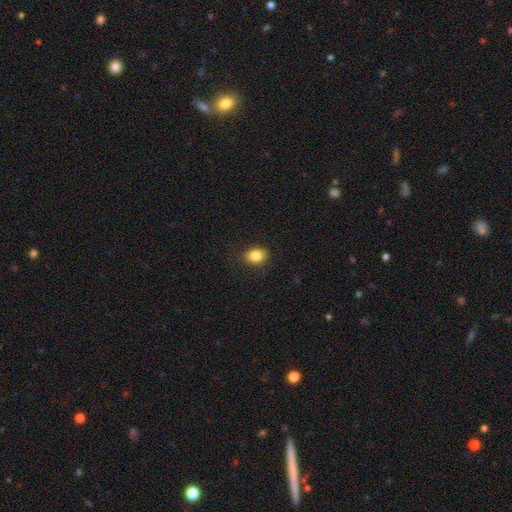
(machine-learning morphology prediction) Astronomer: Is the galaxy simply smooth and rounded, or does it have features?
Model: smooth — 84%.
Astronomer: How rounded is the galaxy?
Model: in between — 60% (runner-up: round, 39%).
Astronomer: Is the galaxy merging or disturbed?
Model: none — 86%.